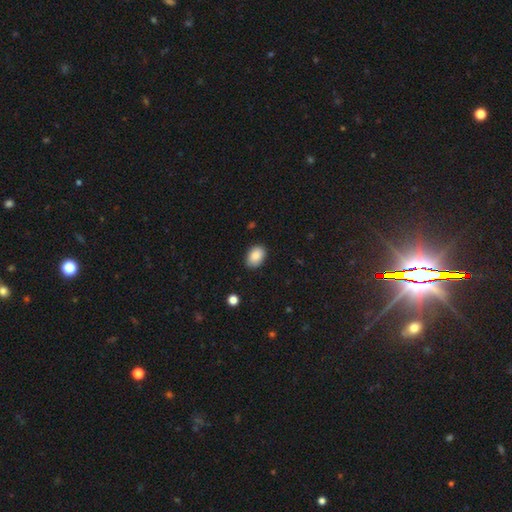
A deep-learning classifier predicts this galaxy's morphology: This appears to be a smooth galaxy with no disk features (89%) that is in between round and cigar-shaped (85%). Merging: none (85%).